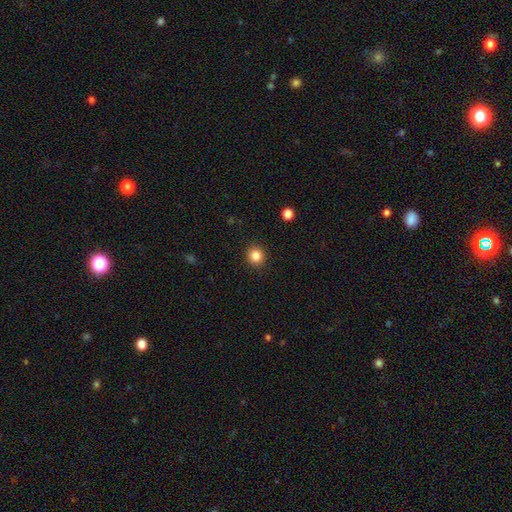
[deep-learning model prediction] Morphology: type=smooth (84%); roundness=round (90%); merging=none (91%).